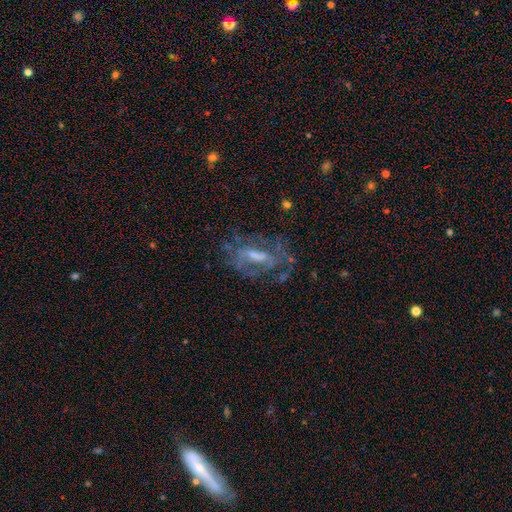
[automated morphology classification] Smooth or featured? Predicted: featured or disk (p=0.69). Edge-on disk? Predicted: no (p=0.91). Bar? Predicted: weak (p=0.43). Spiral arms? Predicted: yes (p=0.58). Bulge size? Predicted: moderate (p=0.36). Merging? Predicted: none (p=0.50).